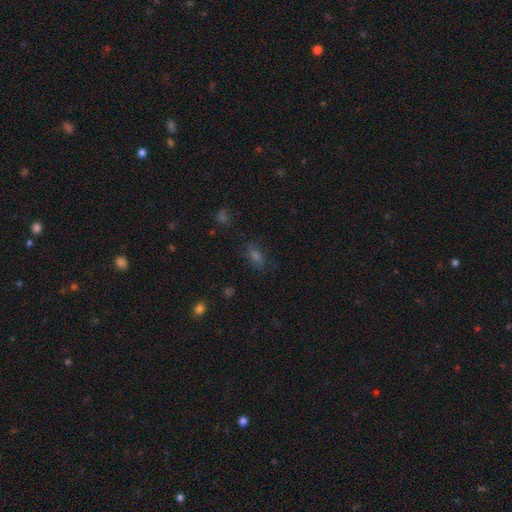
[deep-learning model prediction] Smooth or featured: smooth — 55% (star or artifact — 31%)
How rounded: in between — 75% (round — 15%)
Merging: none — 79% (minor disturbance — 14%)